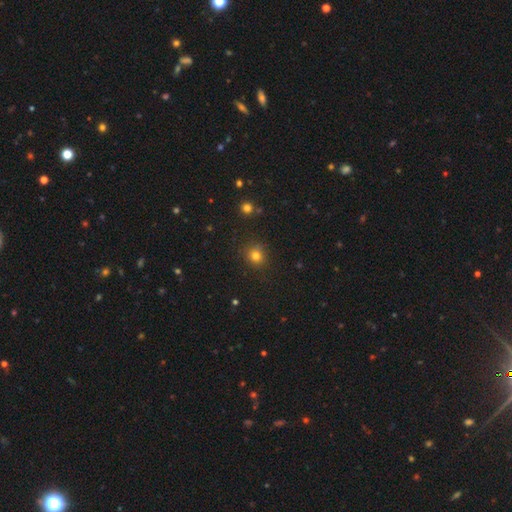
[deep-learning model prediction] Smooth or featured? Predicted: smooth (p=0.79). How rounded? Predicted: round (p=0.88). Merging? Predicted: none (p=0.86).